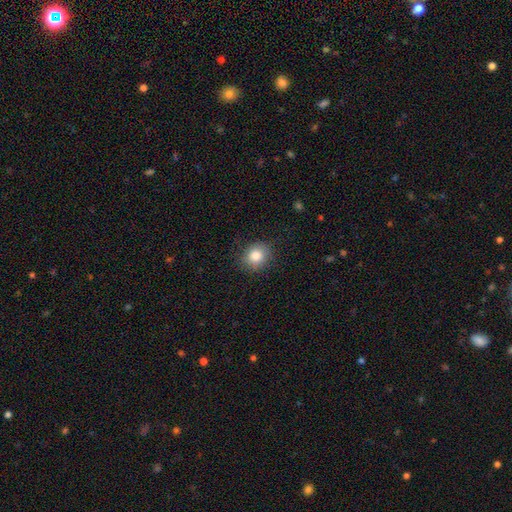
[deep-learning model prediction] Smooth or featured: smooth — 83% (star or artifact — 10%)
How rounded: round — 70% (in between — 29%)
Merging: none — 83% (minor disturbance — 12%)